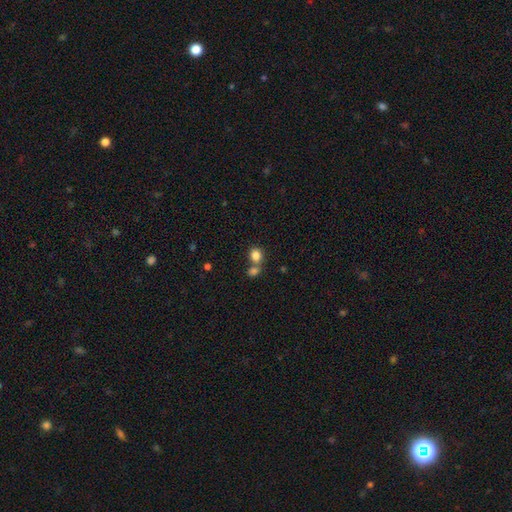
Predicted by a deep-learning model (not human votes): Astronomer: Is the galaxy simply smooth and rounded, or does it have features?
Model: smooth — 83%.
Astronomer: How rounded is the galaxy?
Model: round — 70%.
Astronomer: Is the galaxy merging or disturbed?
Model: none — 47% (runner-up: merger, 42%).